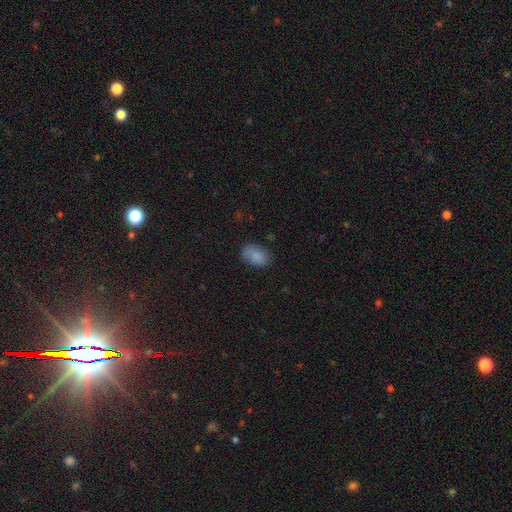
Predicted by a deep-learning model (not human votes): Smooth or featured?
  - smooth: 84% *
  - star or artifact: 9%
  - featured or disk: 8%
How rounded?
  - in between: 85% *
  - round: 14%
  - cigar-shaped: 1%
Merging?
  - none: 69% *
  - minor disturbance: 23%
  - major disturbance: 6%
  - merger: 3%